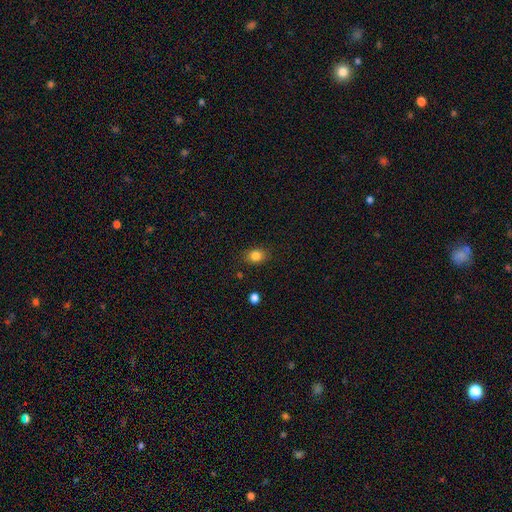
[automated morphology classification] smooth_or_featured: smooth (p=0.84) [alt: star or artifact p=0.11]
how_rounded: in between (p=0.55) [alt: round p=0.44]
merging: none (p=0.84) [alt: minor disturbance p=0.11]